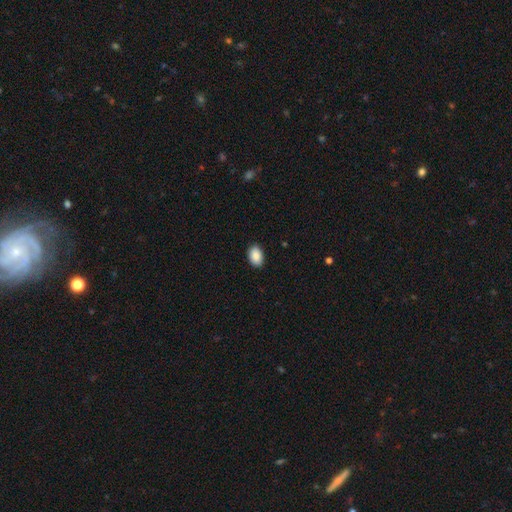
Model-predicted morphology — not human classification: smooth 90%, star or artifact 7%, featured or disk 3%. Down the decision tree: how rounded — in between (87%); merging — none (89%).